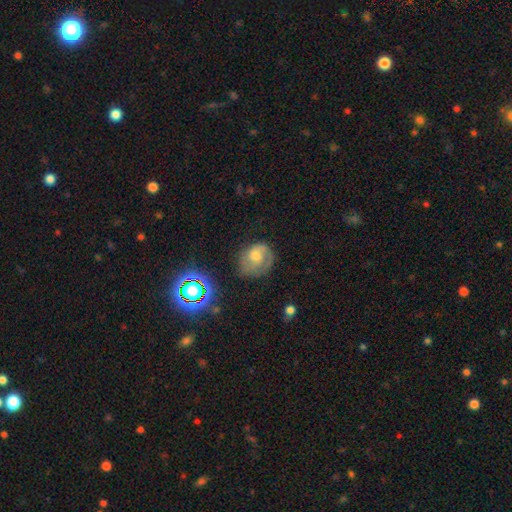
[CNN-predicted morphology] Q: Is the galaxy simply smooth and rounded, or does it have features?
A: smooth — 44%.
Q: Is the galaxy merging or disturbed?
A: none — 53%.